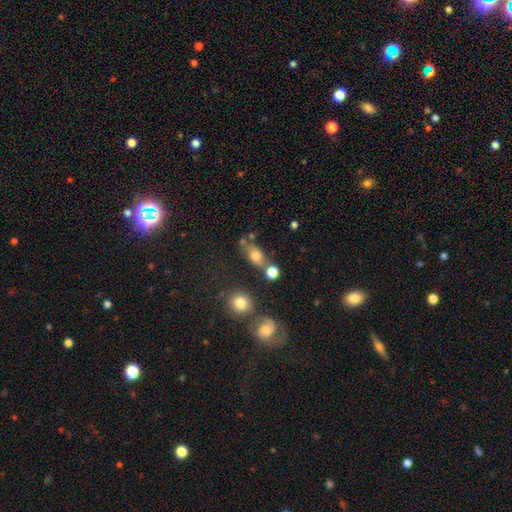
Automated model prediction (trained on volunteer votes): smooth 70%, featured or disk 17%, star or artifact 13%. Down the decision tree: how rounded — in between (66%); merging — none (56%).